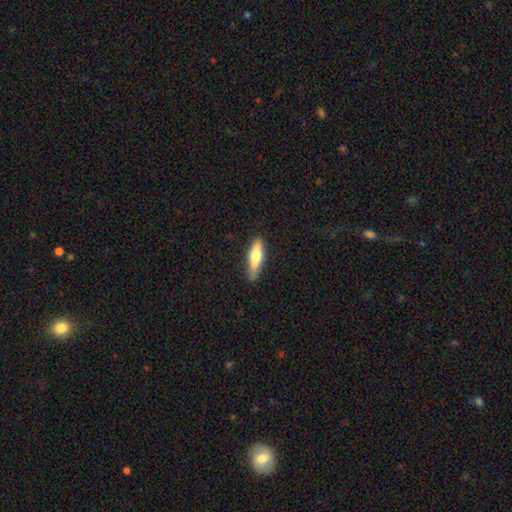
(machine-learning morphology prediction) smooth 64%, featured or disk 30%, star or artifact 6%. Down the decision tree: how rounded — cigar-shaped (63%); merging — none (78%).